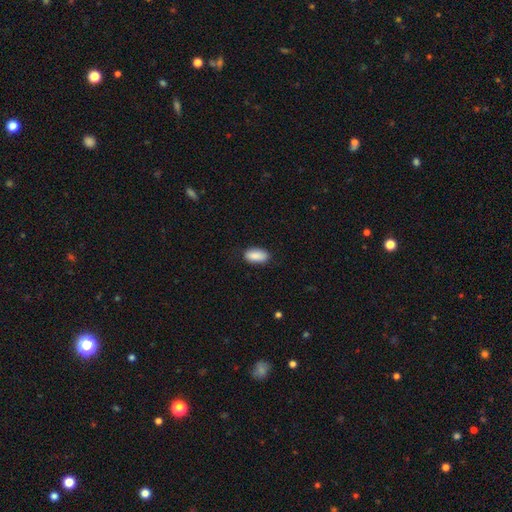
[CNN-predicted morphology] smooth_or_featured: smooth (p=0.90) [alt: star or artifact p=0.07]
how_rounded: in between (p=0.92) [alt: cigar-shaped p=0.05]
merging: none (p=0.85) [alt: minor disturbance p=0.12]